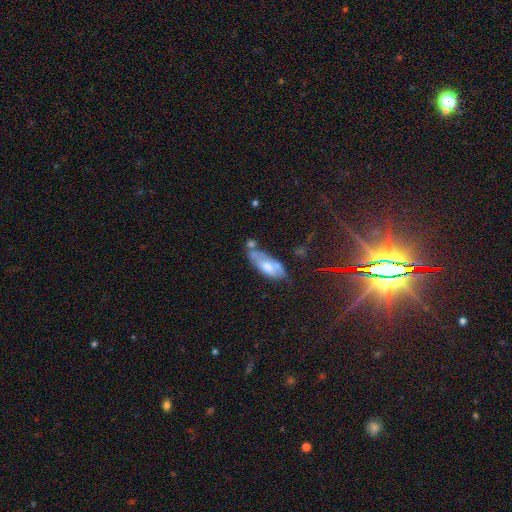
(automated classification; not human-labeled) Smooth or featured? smooth (47%)
Merging? none (43%)